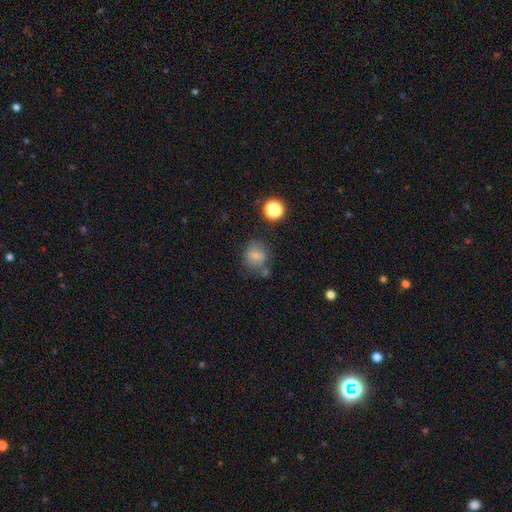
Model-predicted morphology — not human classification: smooth_or_featured: smooth (p=0.73) [alt: star or artifact p=0.13]
how_rounded: round (p=0.76) [alt: in between p=0.23]
merging: none (p=0.64) [alt: minor disturbance p=0.17]